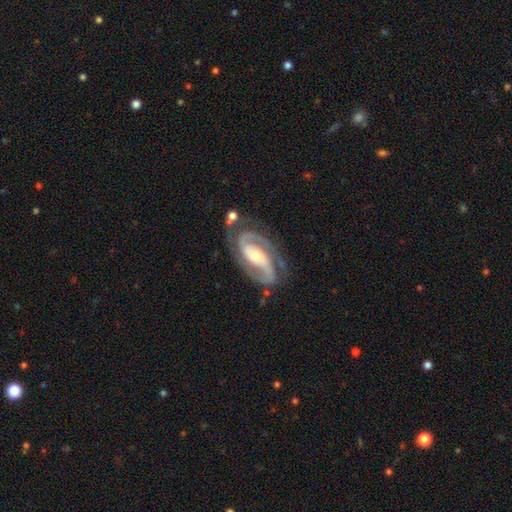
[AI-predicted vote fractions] Smooth or featured? featured or disk (92%)
Edge-on disk? no (97%)
Bar? strong (35%)
Spiral arms? yes (98%)
Spiral winding? medium (47%)
Spiral arm count? 2 (92%)
Bulge size? moderate (56%)
Merging? none (74%)